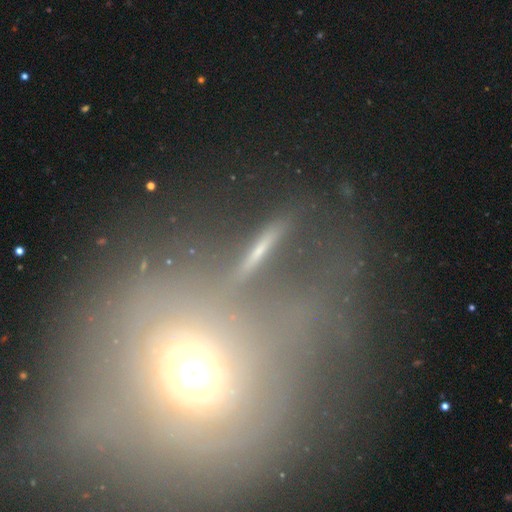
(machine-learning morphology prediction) A smooth galaxy with no disk features (35%). Merging: none (61%).